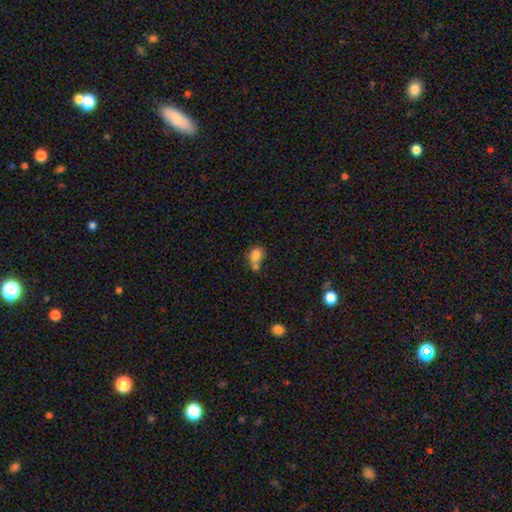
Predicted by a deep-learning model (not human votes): smooth_or_featured: smooth (p=0.81) [alt: star or artifact p=0.11]
how_rounded: in between (p=0.55) [alt: round p=0.43]
merging: merger (p=0.42) [alt: none p=0.34]